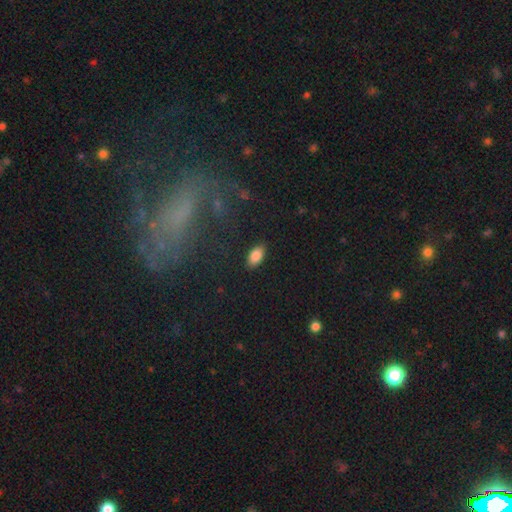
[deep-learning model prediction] smooth 86%, star or artifact 8%, featured or disk 6%. Down the decision tree: how rounded — in between (93%); merging — none (87%).